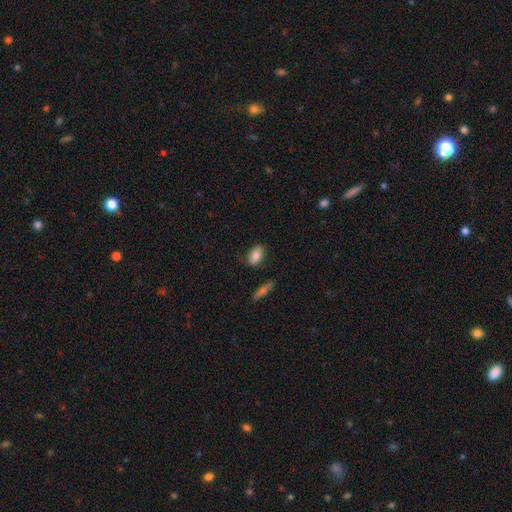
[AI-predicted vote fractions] This is clearly a smooth galaxy (81%). How rounded: clearly in between (88%). Merging: clearly none (81%).